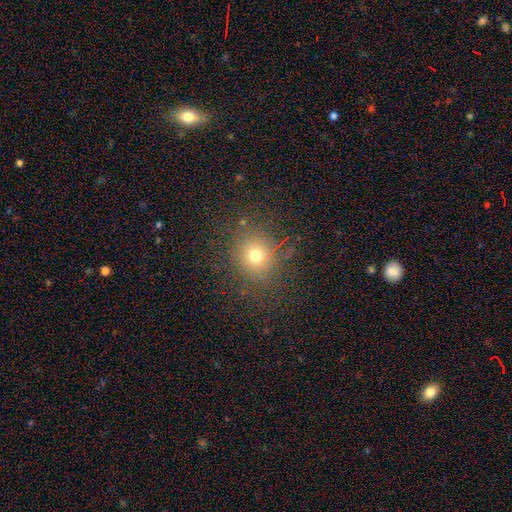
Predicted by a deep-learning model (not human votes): A smooth galaxy with no disk features (68%) that is round (84%).

Vote fractions:
- Smooth or featured? smooth: 68% / star or artifact: 21% / featured or disk: 10%
- How rounded? round: 84% / in between: 15% / cigar-shaped: 1%
- Merging? none: 82% / minor disturbance: 10% / major disturbance: 5% / merger: 2%